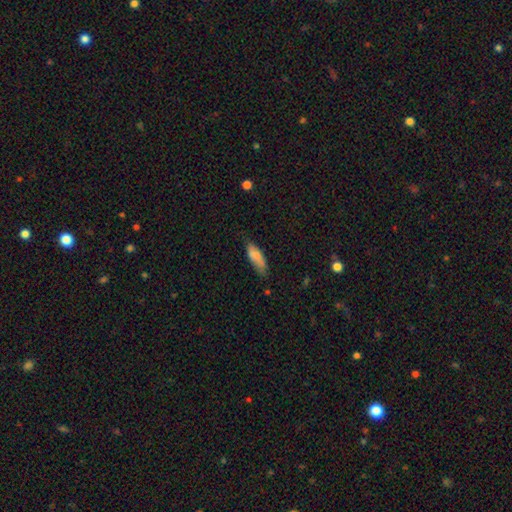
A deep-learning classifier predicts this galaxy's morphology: Smooth or featured?
  - smooth: 78% *
  - featured or disk: 15%
  - star or artifact: 7%
How rounded?
  - in between: 68% *
  - cigar-shaped: 30%
  - round: 2%
Merging?
  - none: 61% *
  - minor disturbance: 30%
  - major disturbance: 7%
  - merger: 2%